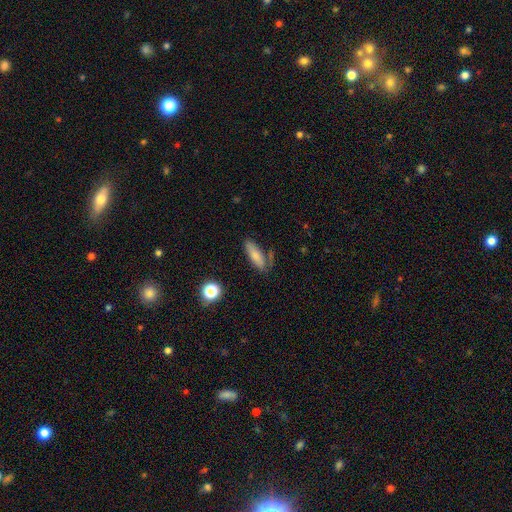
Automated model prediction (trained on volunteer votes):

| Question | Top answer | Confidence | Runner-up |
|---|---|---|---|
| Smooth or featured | smooth | 76% | featured or disk (16%) |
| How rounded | in between | 61% | cigar-shaped (36%) |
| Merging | none | 62% | minor disturbance (24%) |